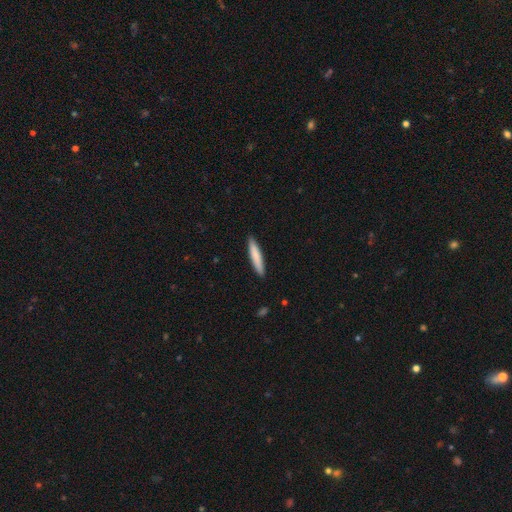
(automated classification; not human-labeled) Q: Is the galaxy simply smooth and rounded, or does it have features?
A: smooth — 80%.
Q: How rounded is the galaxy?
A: cigar-shaped — 91%.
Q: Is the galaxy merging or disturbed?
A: none — 91%.